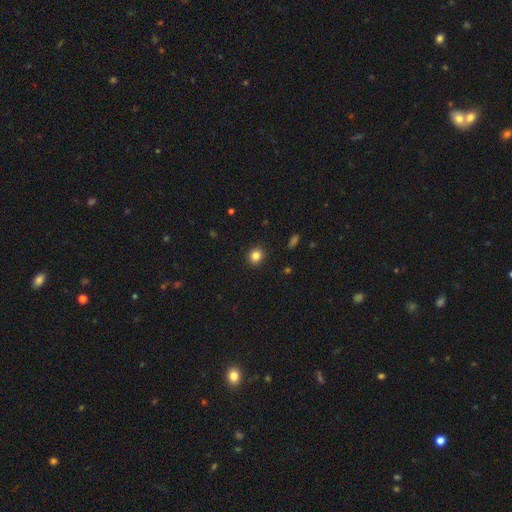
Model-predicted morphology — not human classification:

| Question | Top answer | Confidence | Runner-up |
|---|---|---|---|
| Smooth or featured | smooth | 84% | star or artifact (11%) |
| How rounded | round | 77% | in between (22%) |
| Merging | none | 90% | minor disturbance (7%) |